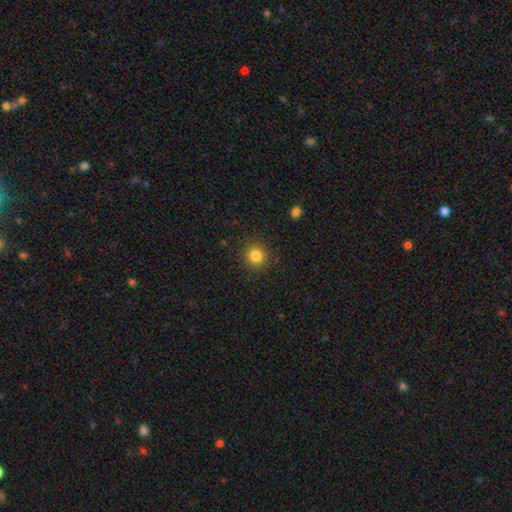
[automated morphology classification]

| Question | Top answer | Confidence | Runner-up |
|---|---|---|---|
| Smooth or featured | smooth | 83% | star or artifact (12%) |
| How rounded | round | 93% | in between (7%) |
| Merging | none | 90% | minor disturbance (7%) |